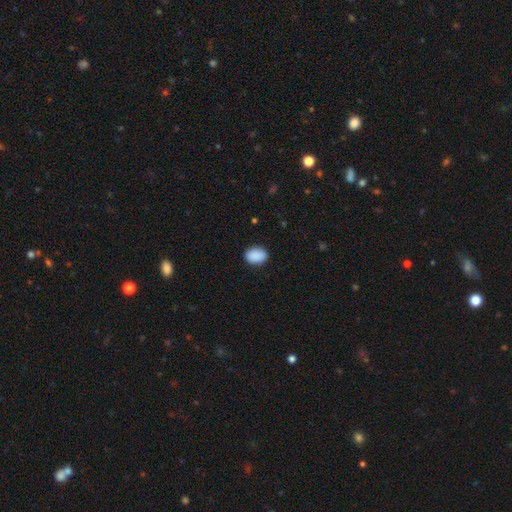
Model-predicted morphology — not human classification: The model was most divided on "how rounded": in between: 77%, round: 22%, cigar-shaped: 1%. More confident: smooth or featured — smooth (91%); merging — none (88%).